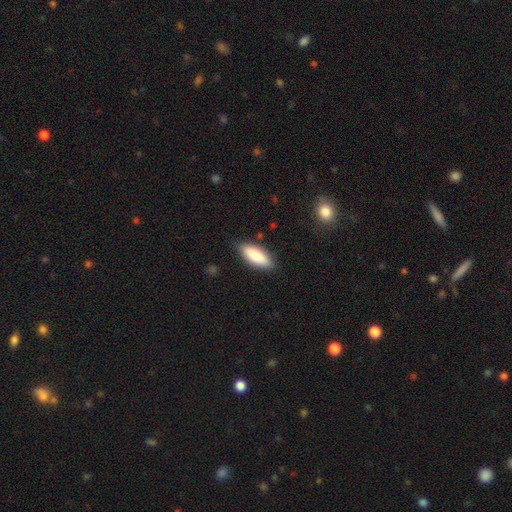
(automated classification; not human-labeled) Smooth or featured?
  - smooth: 84% *
  - featured or disk: 11%
  - star or artifact: 6%
How rounded?
  - in between: 76% *
  - cigar-shaped: 22%
  - round: 2%
Merging?
  - none: 84% *
  - minor disturbance: 12%
  - major disturbance: 2%
  - merger: 1%